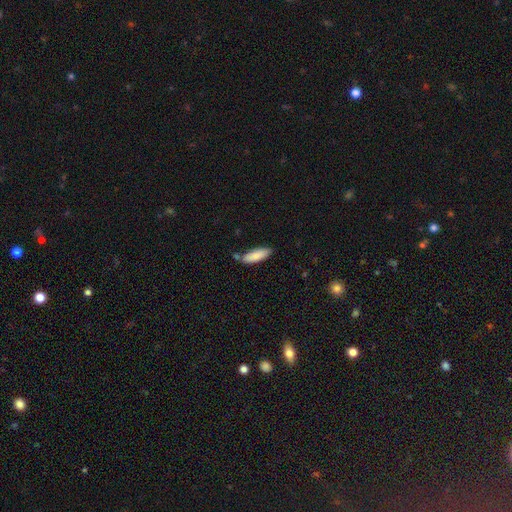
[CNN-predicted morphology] Overall: smooth (86%). How rounded: in between (57%; cigar-shaped 42%). Merging: none (73%).